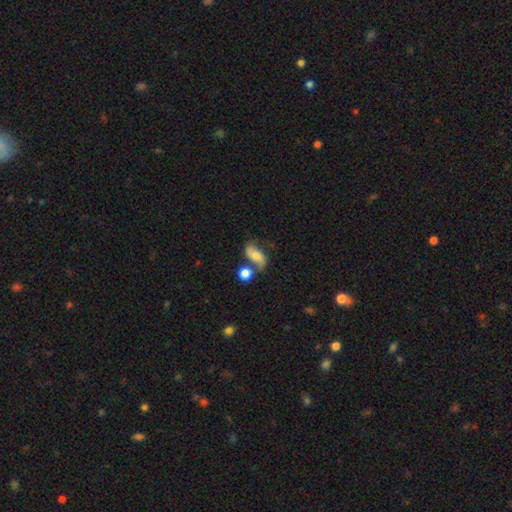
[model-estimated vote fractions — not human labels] smooth_or_featured: featured or disk (p=0.48) [alt: smooth p=0.43]
merging: none (p=0.47) [alt: merger p=0.26]